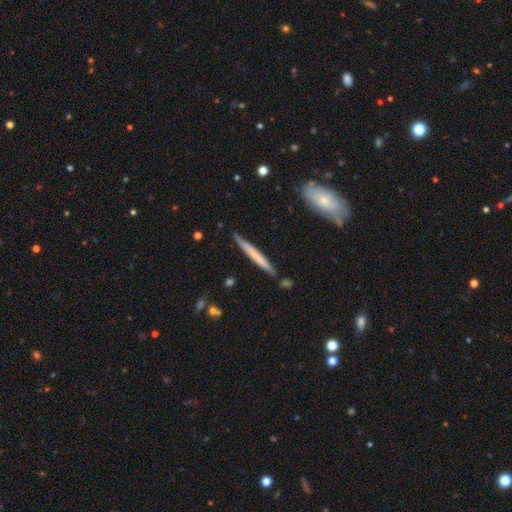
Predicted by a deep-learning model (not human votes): Smooth or featured? smooth (57%)
How rounded? cigar-shaped (97%)
Merging? none (86%)